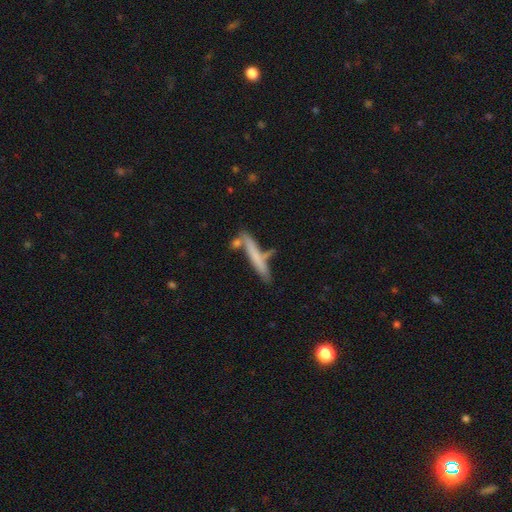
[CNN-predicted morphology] Smooth or featured? smooth (60%)
How rounded? cigar-shaped (93%)
Merging? none (65%)